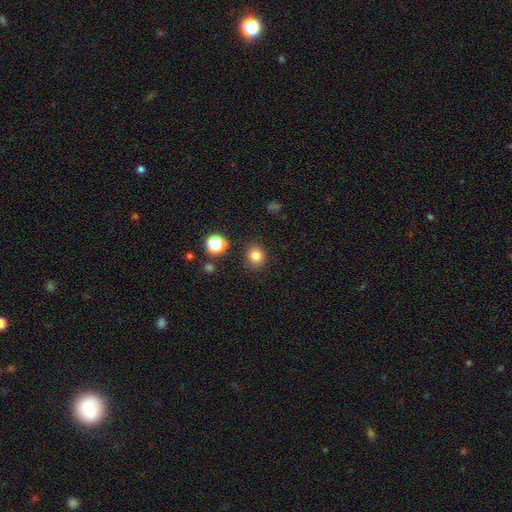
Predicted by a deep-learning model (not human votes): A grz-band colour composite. It shows a smooth galaxy with no disk features (81%) that is round (83%). Merging: none (88%).